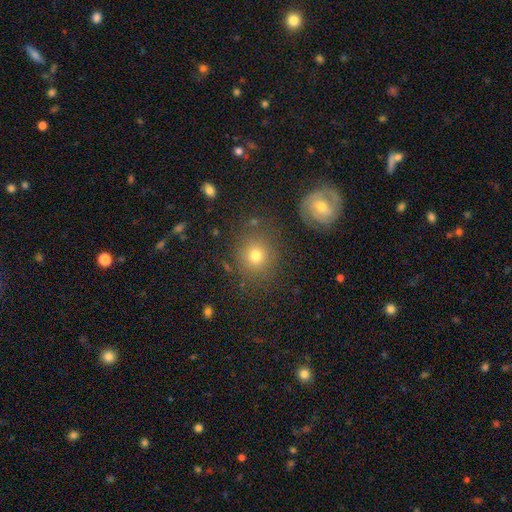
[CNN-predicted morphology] Smooth or featured? smooth (72%)
How rounded? round (82%)
Merging? none (80%)